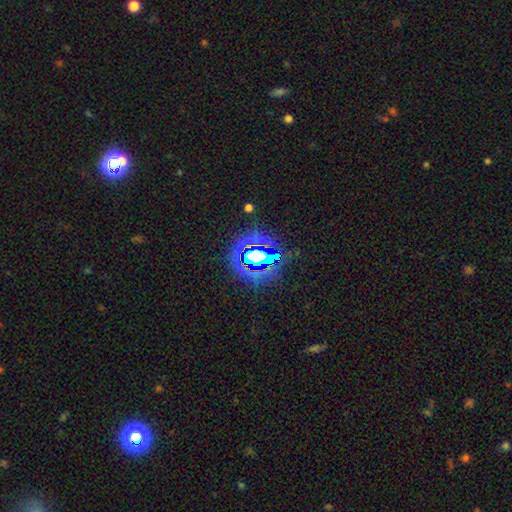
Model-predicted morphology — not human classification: Smooth or featured: star or artifact — 72% (smooth — 17%)